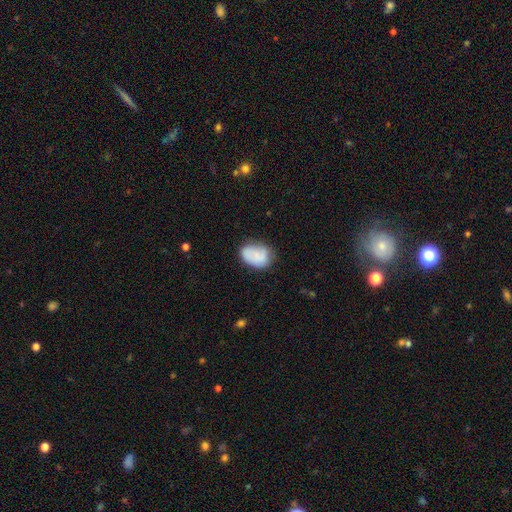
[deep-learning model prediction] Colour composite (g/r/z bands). It shows a smooth galaxy with no disk features (77%) that is in between round and cigar-shaped (79%). Merging: none (62%).